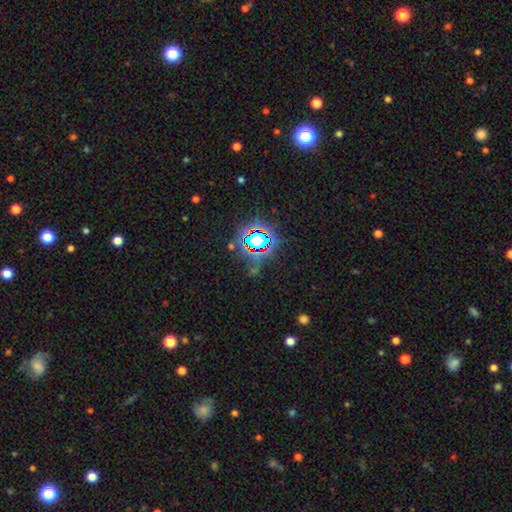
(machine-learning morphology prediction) Overall: star or artifact (78%).